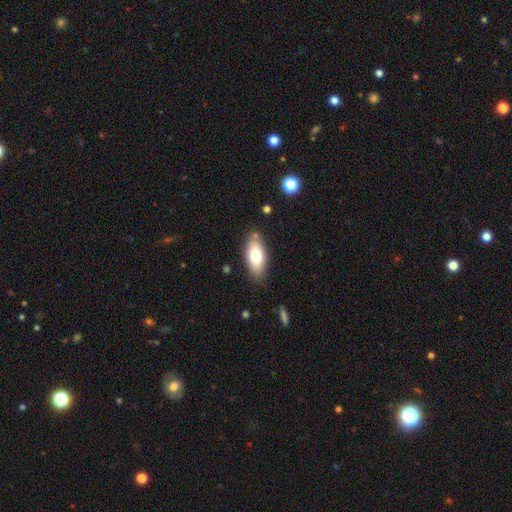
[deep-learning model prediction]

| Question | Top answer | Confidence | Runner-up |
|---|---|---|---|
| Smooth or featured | smooth | 74% | featured or disk (19%) |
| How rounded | in between | 87% | cigar-shaped (10%) |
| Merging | none | 81% | minor disturbance (13%) |